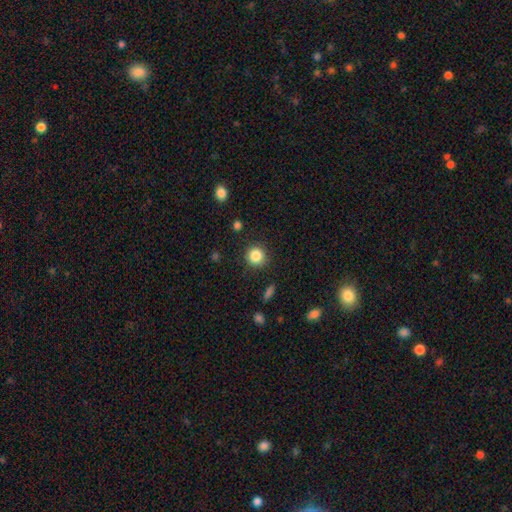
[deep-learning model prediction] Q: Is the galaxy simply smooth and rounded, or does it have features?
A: smooth — 85%.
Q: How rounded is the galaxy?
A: round — 93%.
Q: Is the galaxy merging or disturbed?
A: none — 89%.